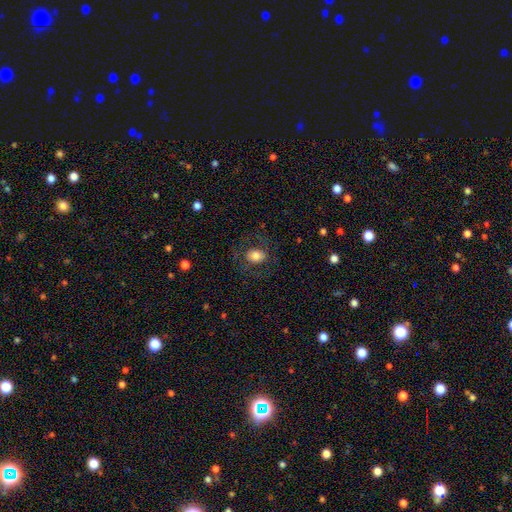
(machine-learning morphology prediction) Smooth or featured? Predicted: smooth (p=0.71). How rounded? Predicted: in between (p=0.58). Merging? Predicted: none (p=0.74).